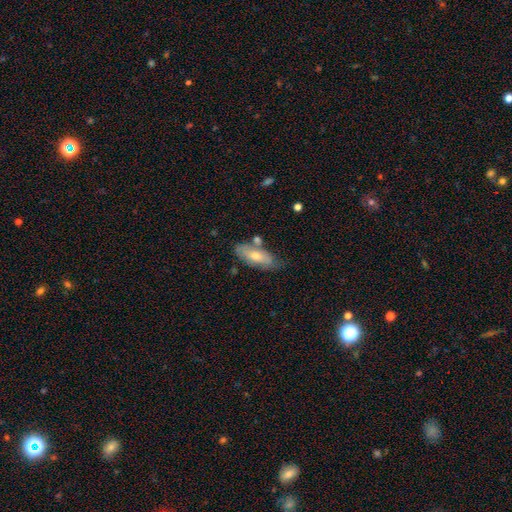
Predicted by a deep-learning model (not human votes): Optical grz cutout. It shows a smooth galaxy with no disk features (55%) that is in between round and cigar-shaped (75%). Merging: none (64%).